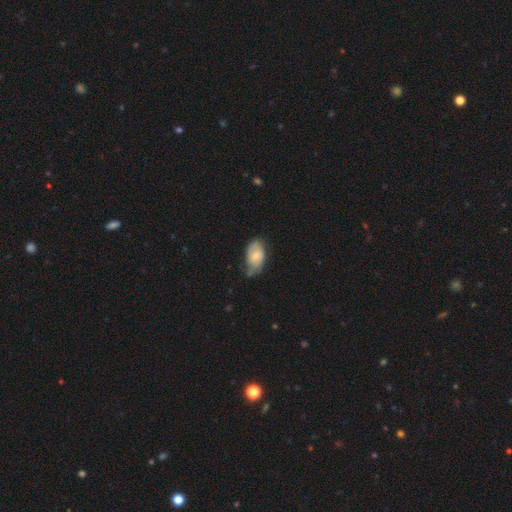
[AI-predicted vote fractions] Smooth or featured: smooth — 58% (featured or disk — 36%)
How rounded: in between — 91% (round — 7%)
Merging: none — 48% (minor disturbance — 38%)